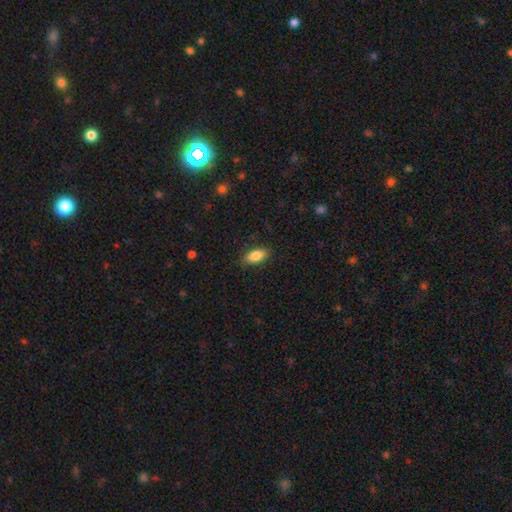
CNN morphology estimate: Overall: smooth (85%). How rounded: in between (88%). Merging: none (85%).